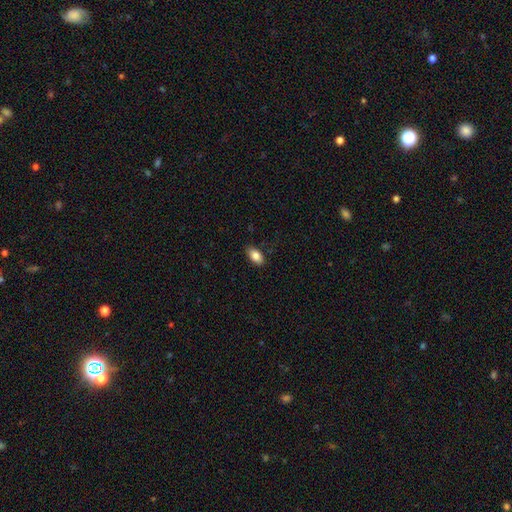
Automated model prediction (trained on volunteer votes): Smooth or featured?
  - smooth: 84% *
  - featured or disk: 8%
  - star or artifact: 7%
How rounded?
  - in between: 92% *
  - round: 5%
  - cigar-shaped: 3%
Merging?
  - none: 85% *
  - minor disturbance: 12%
  - major disturbance: 2%
  - merger: 1%